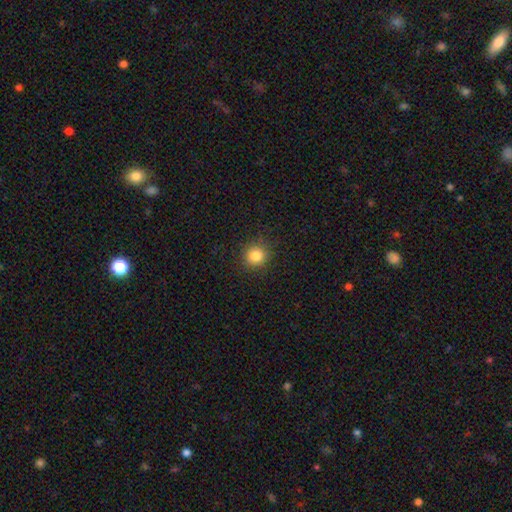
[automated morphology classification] Smooth or featured?
  - smooth: 83% *
  - star or artifact: 12%
  - featured or disk: 5%
How rounded?
  - round: 92% *
  - in between: 7%
  - cigar-shaped: 1%
Merging?
  - none: 90% *
  - minor disturbance: 7%
  - major disturbance: 2%
  - merger: 1%